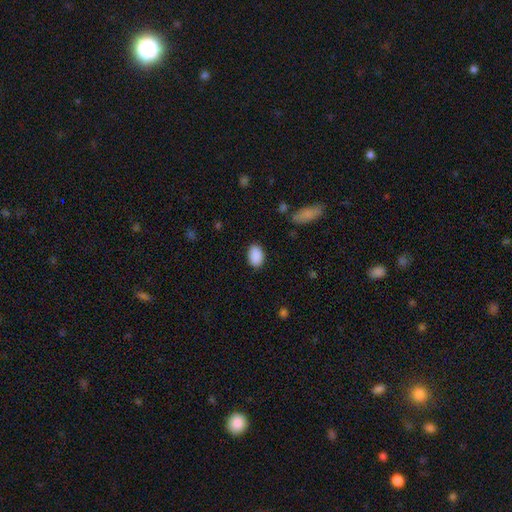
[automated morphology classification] smooth 90%, star or artifact 7%, featured or disk 3%. Down the decision tree: how rounded — in between (86%); merging — none (85%).